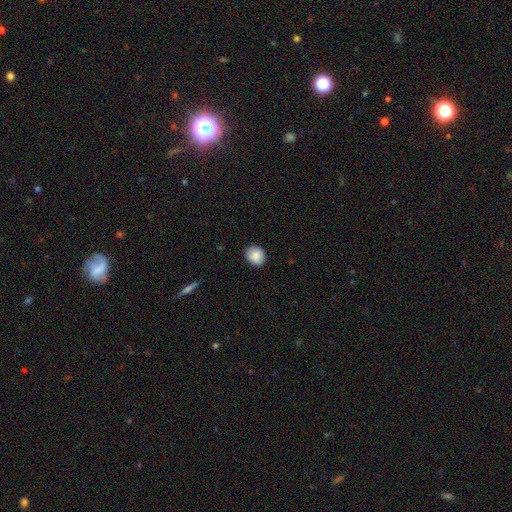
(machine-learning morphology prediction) smooth-or-featured: smooth: 88% | star or artifact: 7% | featured or disk: 5%
  how-rounded: round: 67% | in between: 32% | cigar-shaped: 1%
  merging: none: 88% | minor disturbance: 9% | major disturbance: 2% | merger: 1%